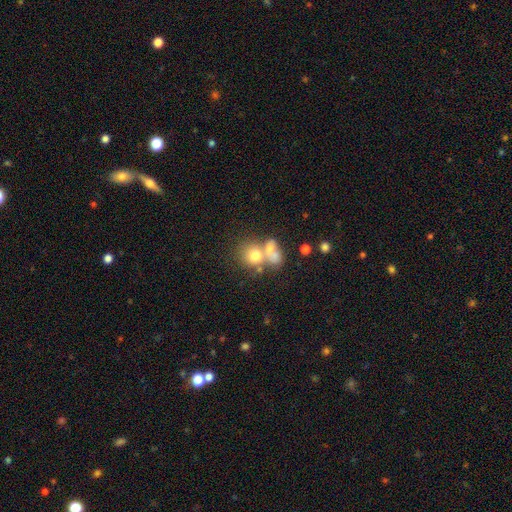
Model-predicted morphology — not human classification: Smooth or featured?
  - smooth: 68% *
  - featured or disk: 20%
  - star or artifact: 12%
How rounded?
  - round: 73% *
  - in between: 26%
  - cigar-shaped: 1%
Merging?
  - merger: 54% *
  - none: 32%
  - minor disturbance: 9%
  - major disturbance: 6%